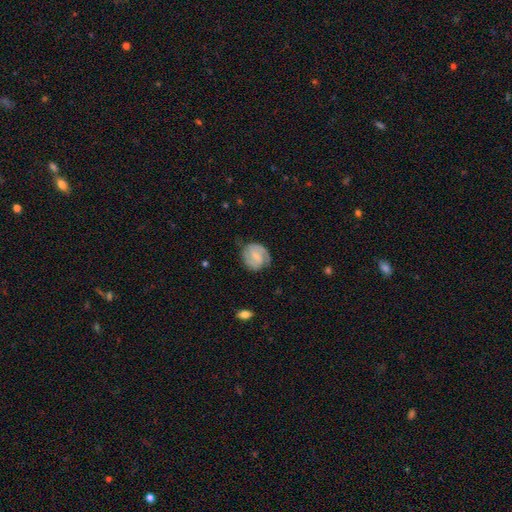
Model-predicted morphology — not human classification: featured or disk 75%, smooth 19%, star or artifact 6%. Down the decision tree: edge-on disk — no (98%); bar — weak (52%); spiral arms — yes (95%); spiral arm count — 2 (84%); spiral winding — medium (45%); bulge size — small (49%); merging — none (74%).